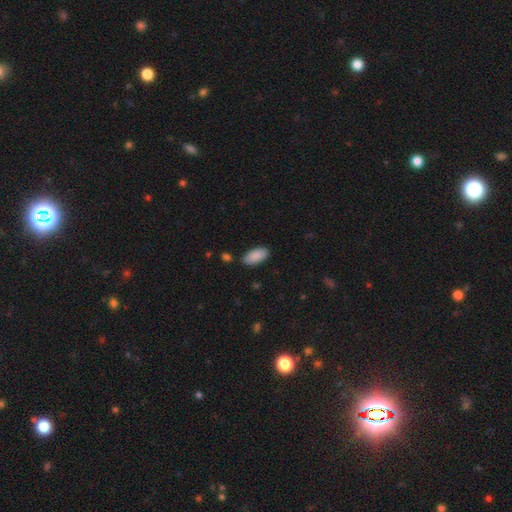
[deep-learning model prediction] smooth_or_featured: smooth (p=0.89) [alt: star or artifact p=0.06]
how_rounded: in between (p=0.91) [alt: cigar-shaped p=0.07]
merging: none (p=0.83) [alt: minor disturbance p=0.12]